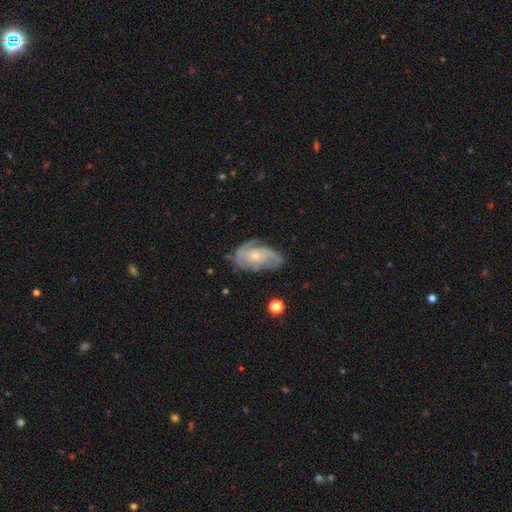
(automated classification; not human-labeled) This appears to be a featured or disk galaxy (80%) with no bar (73%), 2 (41%) medium (42%, tied with tight) spiral arms (93%) and a small central bulge (67%). Merging: none (62%).